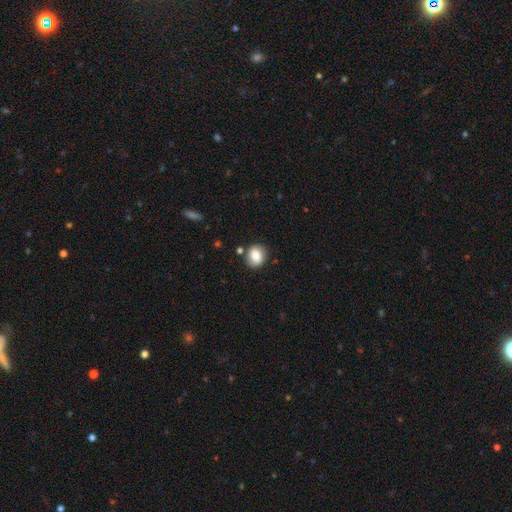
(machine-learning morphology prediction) A smooth galaxy with no disk features (76%) that is round (69%).

Vote fractions:
- Smooth or featured? smooth: 76% / featured or disk: 16% / star or artifact: 9%
- How rounded? round: 69% / in between: 30% / cigar-shaped: 1%
- Merging? none: 81% / minor disturbance: 12% / merger: 4% / major disturbance: 3%